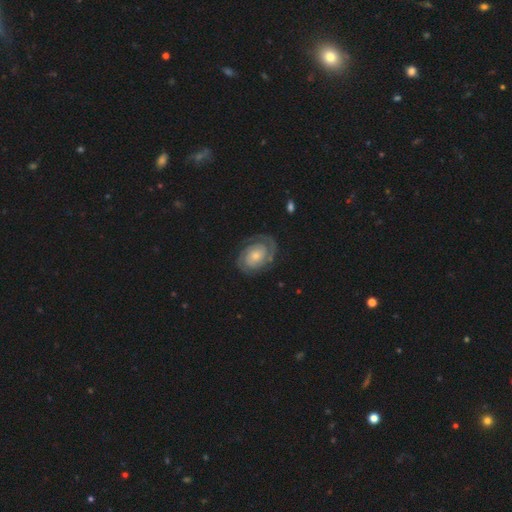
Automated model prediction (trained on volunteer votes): Overall: featured or disk (87%). Edge-on disk: no (97%). Bar: no (74%). Spiral arms: yes (97%). Spiral arm count: 2 (78%). Spiral winding: tight (73%). Bulge size: small (57%; moderate 34%). Merging: none (79%).